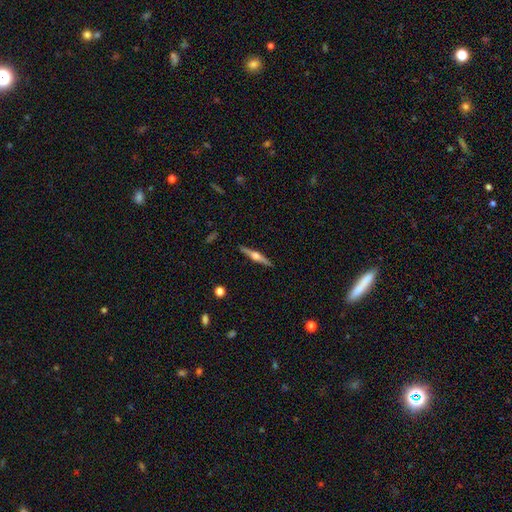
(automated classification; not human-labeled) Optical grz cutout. It shows a featured or disk galaxy (75%) viewed edge-on (98%) with a rounded central bulge (89%). Merging: none (91%).